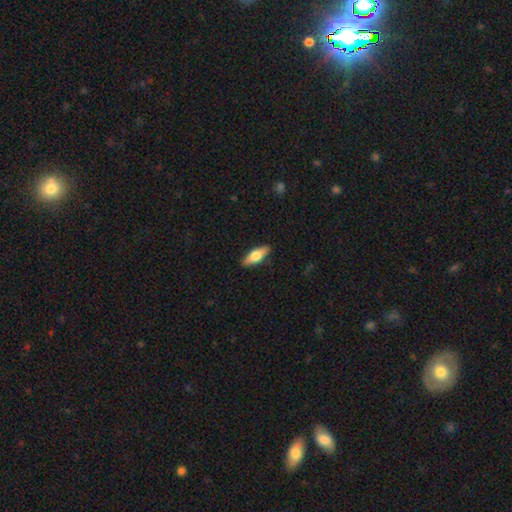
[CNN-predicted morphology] The model was most divided on "smooth or featured": smooth: 55%, featured or disk: 39%, star or artifact: 6%. More confident: merging — none (89%); how rounded — in between (61%).